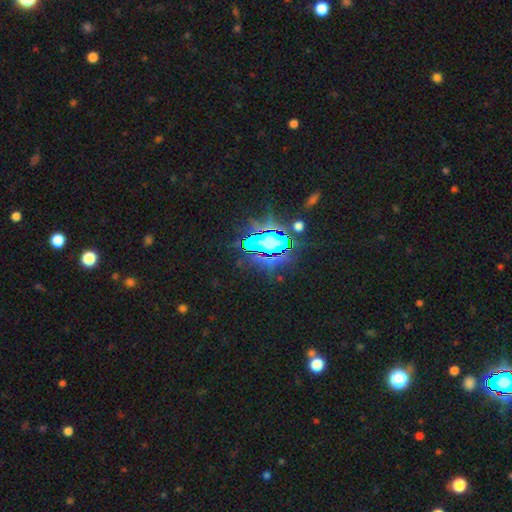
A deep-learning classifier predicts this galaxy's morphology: This appears to be a star or artifact, not a galaxy (84%).